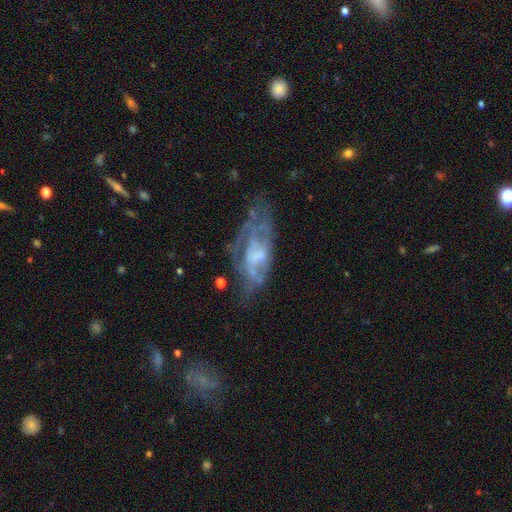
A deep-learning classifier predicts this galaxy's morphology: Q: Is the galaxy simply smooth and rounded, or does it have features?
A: featured or disk — 66%.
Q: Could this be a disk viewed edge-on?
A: no — 90%.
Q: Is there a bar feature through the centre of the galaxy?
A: no — 68%.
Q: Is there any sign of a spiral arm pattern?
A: no — 57%.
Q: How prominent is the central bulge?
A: none — 35%.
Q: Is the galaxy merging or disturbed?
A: none — 41%.